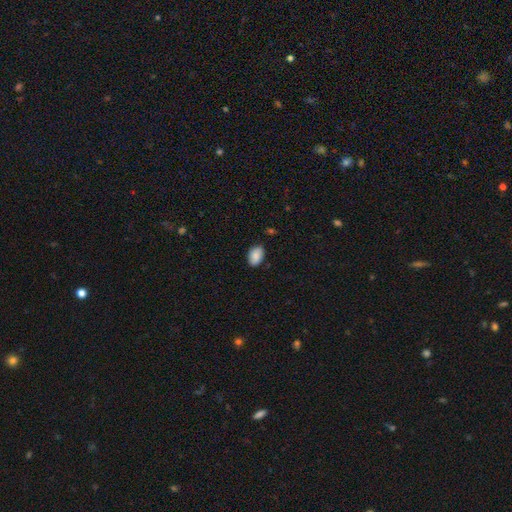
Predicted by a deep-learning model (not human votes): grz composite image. It shows a smooth galaxy with no disk features (87%) that is in between round and cigar-shaped (88%). Merging: none (82%).